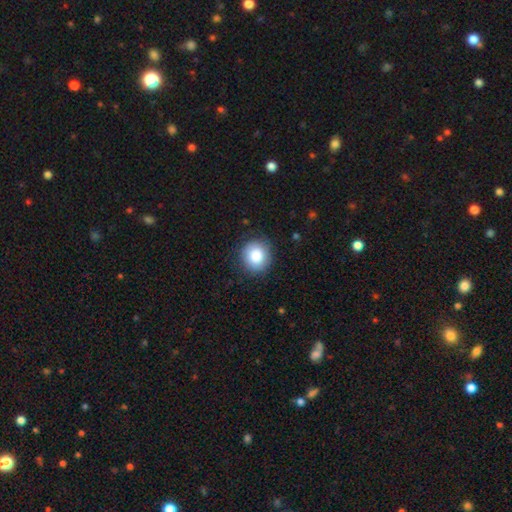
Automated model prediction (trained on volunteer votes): Smooth or featured? Predicted: smooth (p=0.84). How rounded? Predicted: round (p=0.87). Merging? Predicted: none (p=0.87).